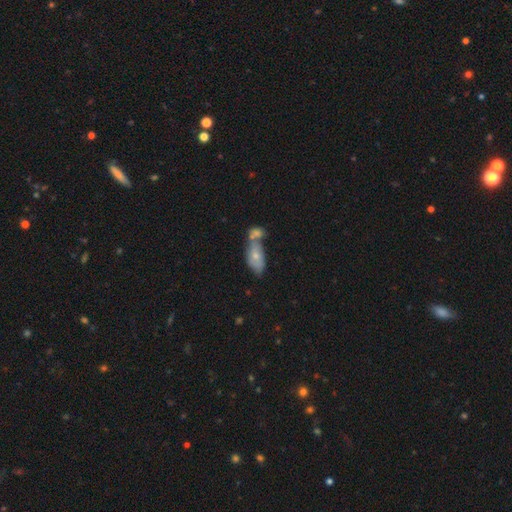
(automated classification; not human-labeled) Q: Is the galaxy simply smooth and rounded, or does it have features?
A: smooth — 58%.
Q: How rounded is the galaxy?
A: in between — 86%.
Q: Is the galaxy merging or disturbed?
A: merger — 54%.